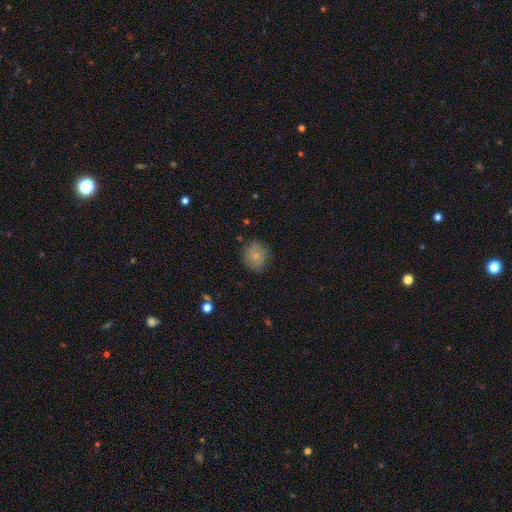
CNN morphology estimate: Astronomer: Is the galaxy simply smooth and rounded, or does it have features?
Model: smooth — 80%.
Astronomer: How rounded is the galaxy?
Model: round — 82%.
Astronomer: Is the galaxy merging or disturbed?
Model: none — 82%.